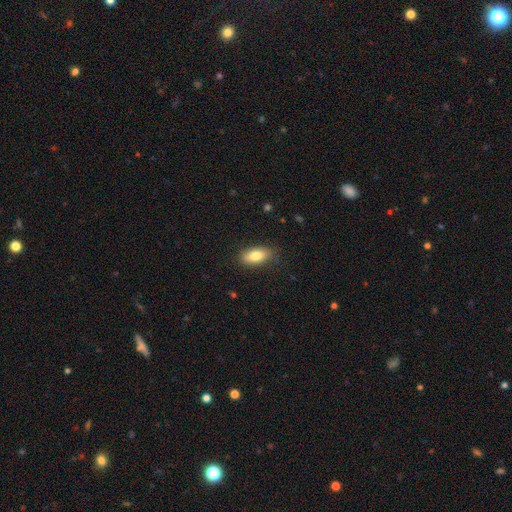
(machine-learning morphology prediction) smooth-or-featured: smooth: 80% | featured or disk: 13% | star or artifact: 7%
  how-rounded: in between: 86% | cigar-shaped: 10% | round: 4%
  merging: none: 83% | minor disturbance: 13% | major disturbance: 3% | merger: 1%